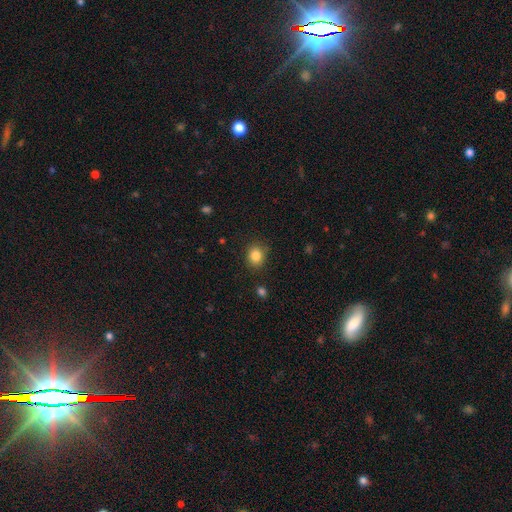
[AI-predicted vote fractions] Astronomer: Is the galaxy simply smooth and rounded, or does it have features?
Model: smooth — 85%.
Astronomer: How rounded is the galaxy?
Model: round — 71%.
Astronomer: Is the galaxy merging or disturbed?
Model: none — 86%.